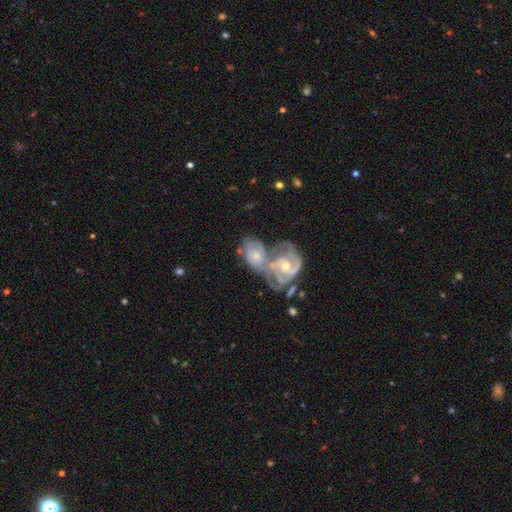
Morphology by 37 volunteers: Smooth or featured? featured or disk (70%)
Edge-on disk? no (92%)
Bar? no (67%)
Spiral arms? yes (88%)
Spiral winding? medium (62%)
Spiral arm count? can't tell (38%)
Bulge size? small (58%)
Merging? merger (69%)